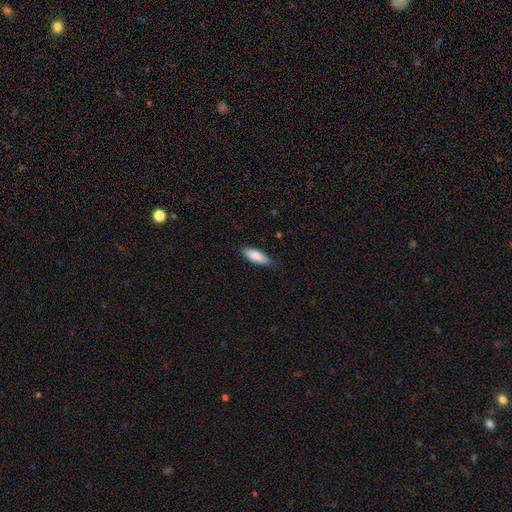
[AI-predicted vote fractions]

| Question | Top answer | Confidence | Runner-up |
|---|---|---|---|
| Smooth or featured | smooth | 87% | featured or disk (8%) |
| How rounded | in between | 67% | cigar-shaped (31%) |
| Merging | none | 83% | minor disturbance (14%) |